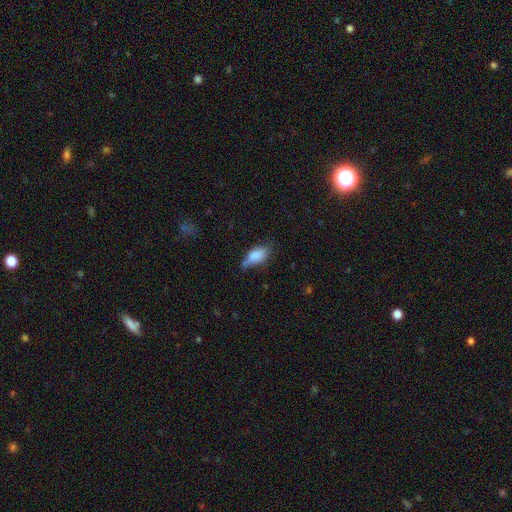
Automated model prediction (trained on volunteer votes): Smooth or featured? smooth (81%)
How rounded? in between (87%)
Merging? none (48%)